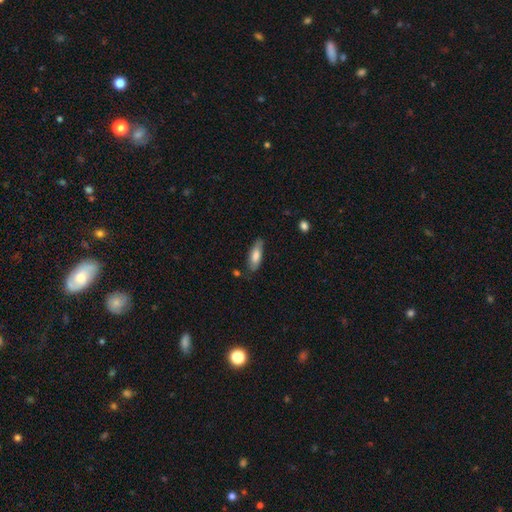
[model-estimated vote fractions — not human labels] Morphology: type=smooth (73%); roundness=in between (65%); merging=none (74%).